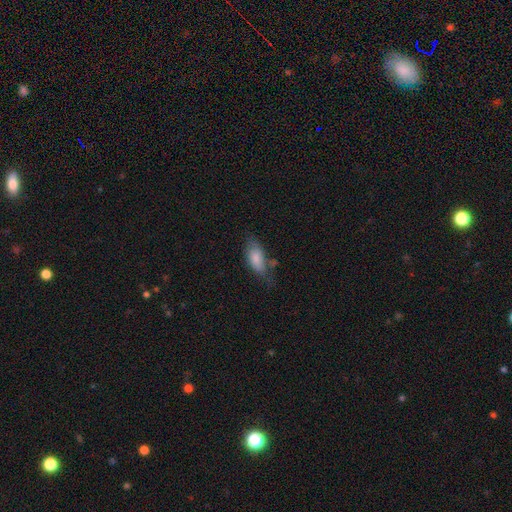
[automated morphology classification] The model was most divided on "merging": none: 55%, minor disturbance: 29%, major disturbance: 11%, merger: 5%. More confident: how rounded — in between (81%); smooth or featured — smooth (74%).